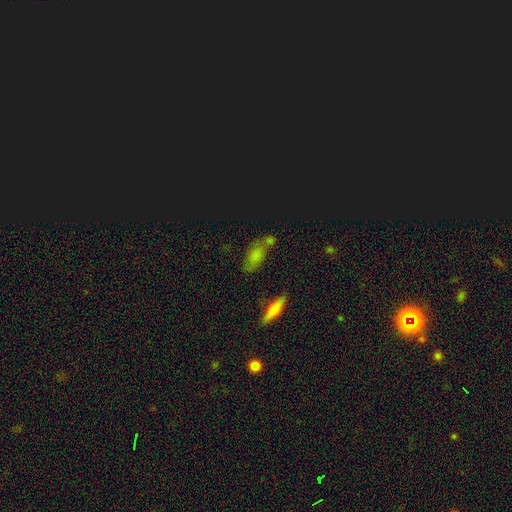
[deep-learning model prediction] smooth 65%, star or artifact 21%, featured or disk 14%. Down the decision tree: how rounded — in between (78%); merging — none (52%).